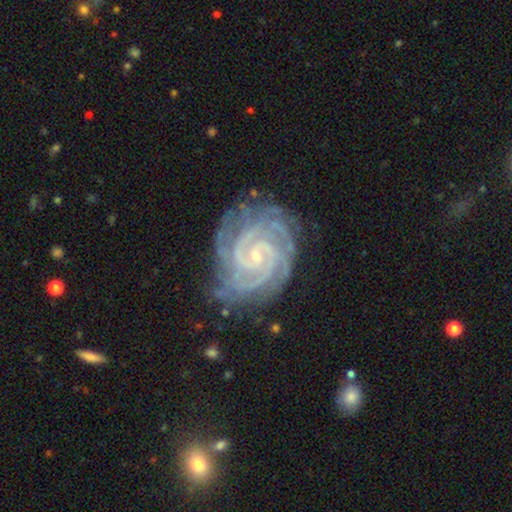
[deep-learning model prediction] A featured or disk galaxy (92%) with no bar (60%), 2 (31%) tight (81%) spiral arms (99%) and a small central bulge (84%).

Vote fractions:
- Smooth or featured? featured or disk: 92% / star or artifact: 5% / smooth: 3%
- Edge-on disk? no: 98% / yes: 2%
- Bar? no: 60% / weak: 28% / strong: 12%
- Spiral arms? yes: 99% / no: 1%
- Spiral winding? tight: 81% / medium: 17% / loose: 2%
- Spiral arm count? 2: 31% / 3: 24% / 4: 18% / can't tell: 11% / more than 4: 9% / 1: 7%
- Bulge size? small: 84% / moderate: 13% / none: 2% / large: 1% / dominant: 1%
- Merging? none: 77% / minor disturbance: 17% / major disturbance: 5% / merger: 1%